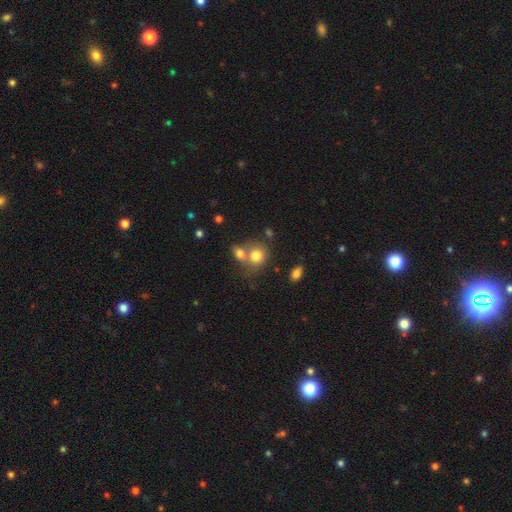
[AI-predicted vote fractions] Morphology: type=smooth (78%); roundness=round (65%); merging=merger (46%).